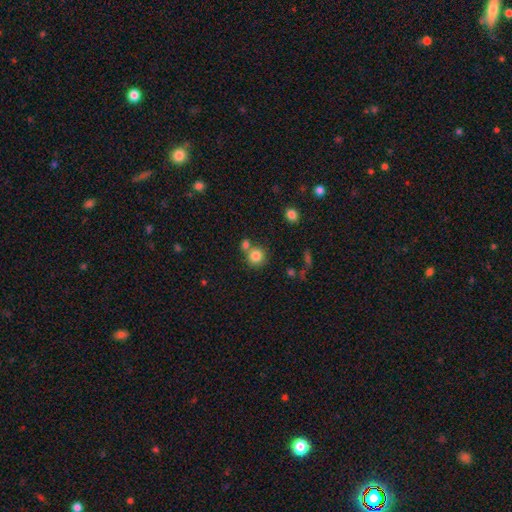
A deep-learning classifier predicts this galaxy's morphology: The model was most divided on "merging": none: 61%, merger: 27%, minor disturbance: 9%, major disturbance: 3%. More confident: how rounded — round (90%); smooth or featured — smooth (82%).